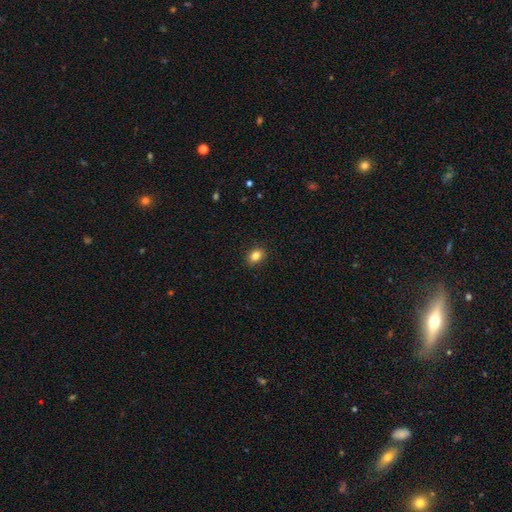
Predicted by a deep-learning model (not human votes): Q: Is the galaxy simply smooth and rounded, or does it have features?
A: smooth — 84%.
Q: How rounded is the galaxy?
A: in between — 62%.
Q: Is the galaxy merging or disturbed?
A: none — 90%.